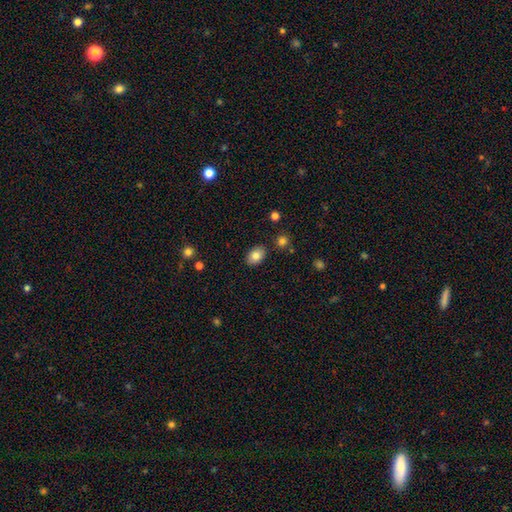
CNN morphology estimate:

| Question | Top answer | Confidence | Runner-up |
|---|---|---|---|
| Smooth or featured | smooth | 83% | star or artifact (8%) |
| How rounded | in between | 81% | round (18%) |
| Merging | none | 85% | minor disturbance (10%) |